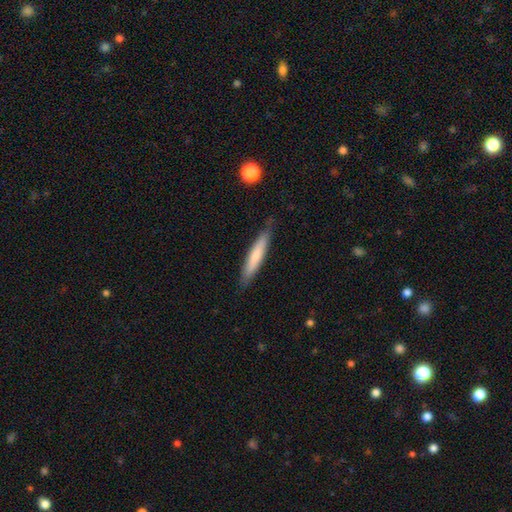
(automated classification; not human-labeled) smooth 71%, featured or disk 24%, star or artifact 6%. Down the decision tree: how rounded — cigar-shaped (91%); merging — none (84%).